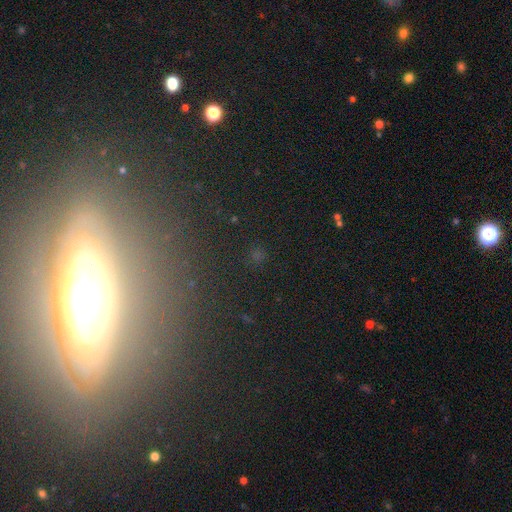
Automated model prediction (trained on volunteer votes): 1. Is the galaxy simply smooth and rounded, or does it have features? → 57% star or artifact, 32% smooth, 11% featured or disk.